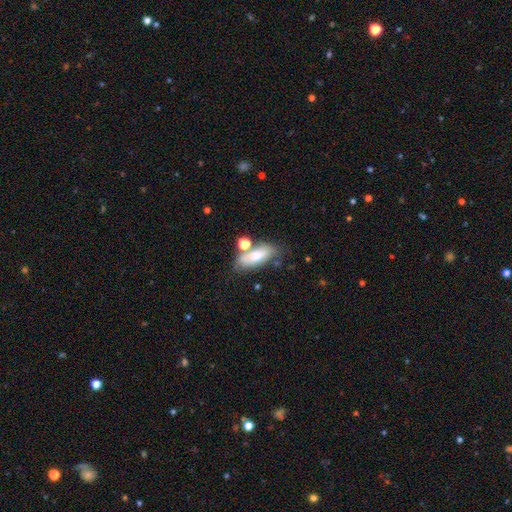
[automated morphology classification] The model was most divided on "merging": none: 54%, merger: 20%, minor disturbance: 18%, major disturbance: 8%. More confident: how rounded — in between (74%); smooth or featured — smooth (68%).